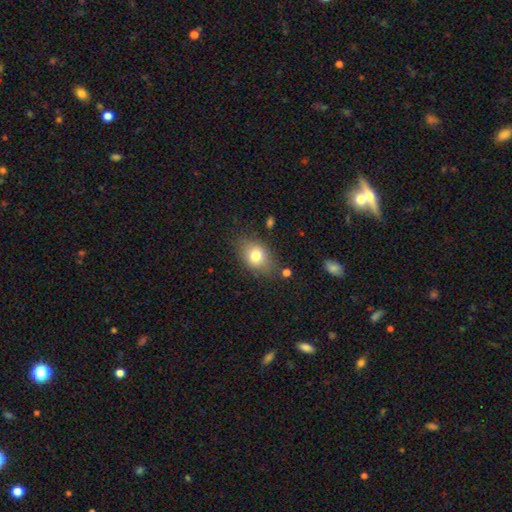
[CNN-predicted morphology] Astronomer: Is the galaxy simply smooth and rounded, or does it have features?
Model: smooth — 77%.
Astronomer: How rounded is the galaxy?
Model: in between — 72%.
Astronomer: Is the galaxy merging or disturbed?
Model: none — 75%.